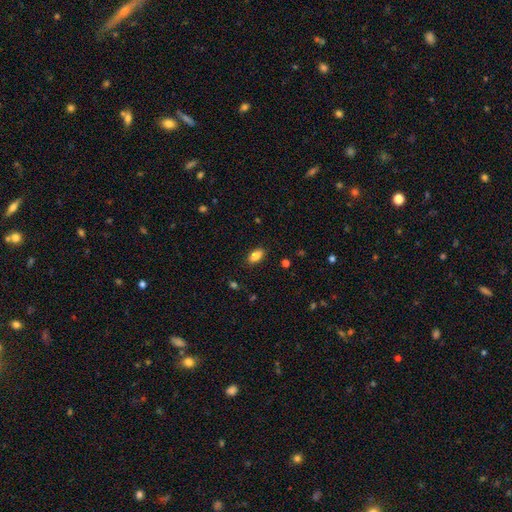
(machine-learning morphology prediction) type=smooth (87%); roundness=in between (92%); merging=none (87%).